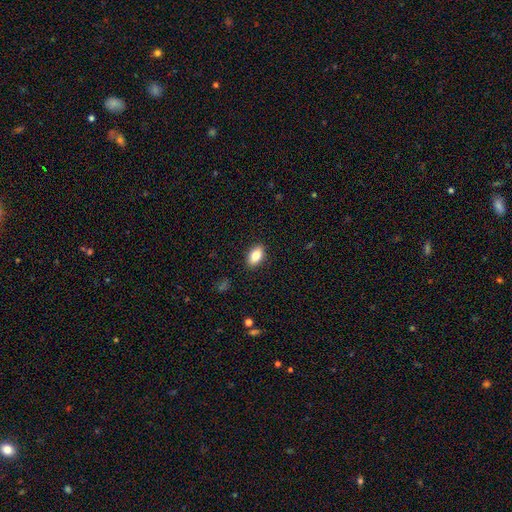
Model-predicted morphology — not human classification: smooth 81%, featured or disk 11%, star or artifact 8%. Down the decision tree: how rounded — in between (89%); merging — none (89%).